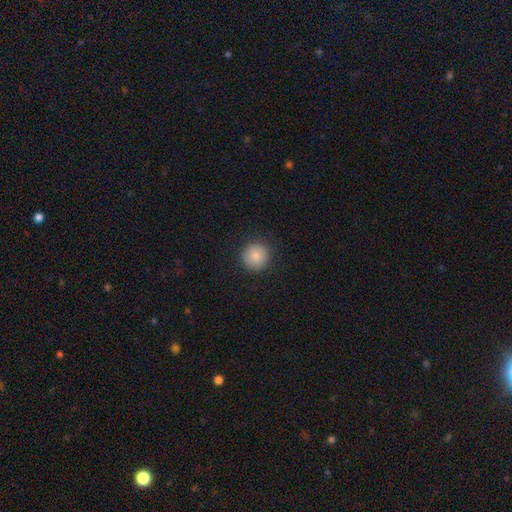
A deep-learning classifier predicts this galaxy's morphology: This is clearly a smooth galaxy (86%). How rounded: clearly round (95%). Merging: clearly none (90%).